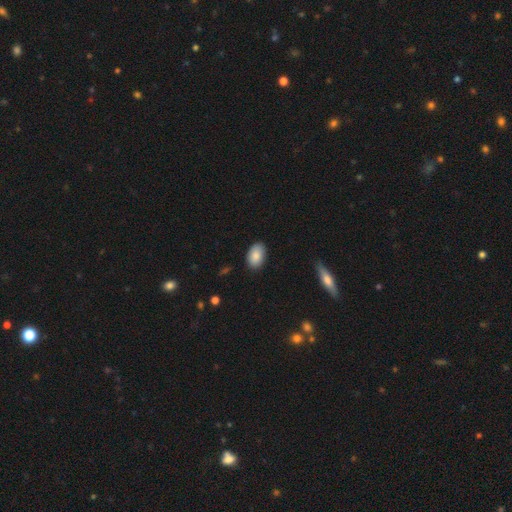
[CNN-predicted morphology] Q: Smooth or featured?
A: smooth (87%); runner-up: star or artifact (7%)
Q: How rounded?
A: in between (91%); runner-up: round (8%)
Q: Merging?
A: none (87%); runner-up: minor disturbance (10%)